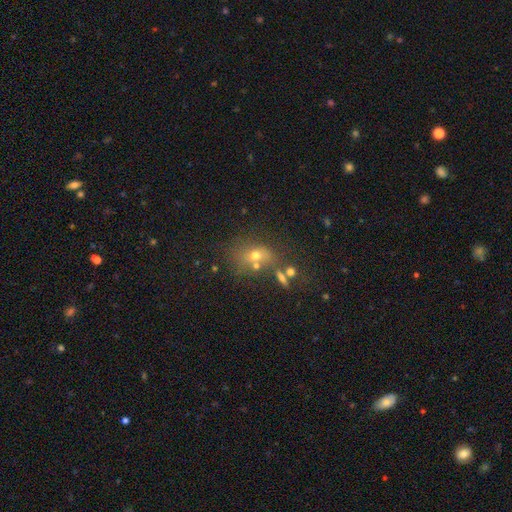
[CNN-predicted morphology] Overall: smooth (59%; star or artifact 21%). How rounded: in between (53%; round 45%). Merging: none (48%; merger 26%).